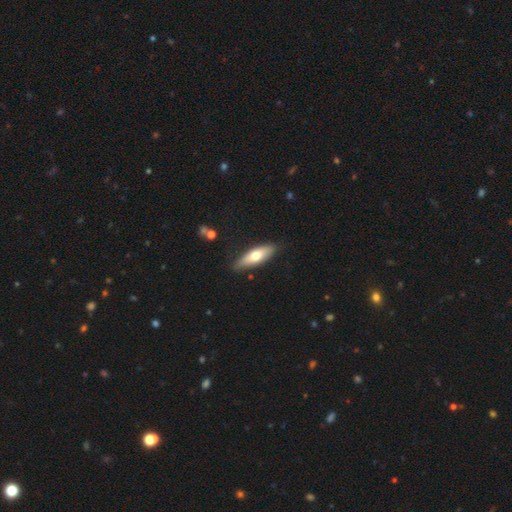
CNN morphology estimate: This appears to be a smooth galaxy with no disk features (60%) that is in between round and cigar-shaped (51%). Merging: none (83%).